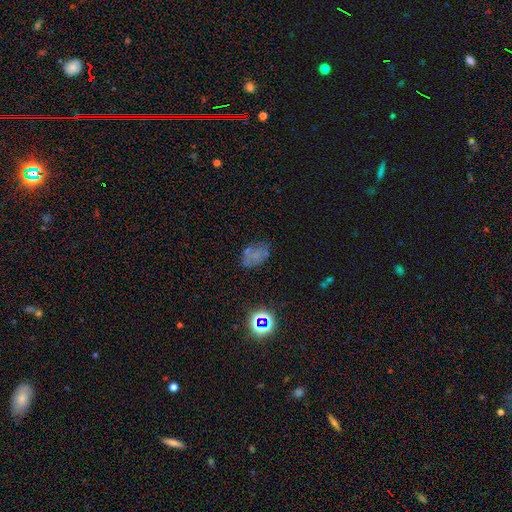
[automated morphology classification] A smooth galaxy with no disk features (45%).

Vote fractions:
- Smooth or featured? smooth: 45% / star or artifact: 31% / featured or disk: 24%
- Merging? none: 63% / minor disturbance: 22% / major disturbance: 11% / merger: 4%